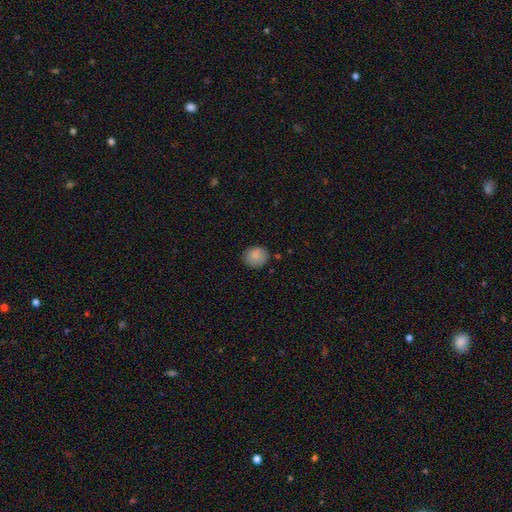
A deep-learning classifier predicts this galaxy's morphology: Q: Smooth or featured?
A: smooth (87%); runner-up: star or artifact (8%)
Q: How rounded?
A: round (70%); runner-up: in between (29%)
Q: Merging?
A: none (81%); runner-up: minor disturbance (14%)